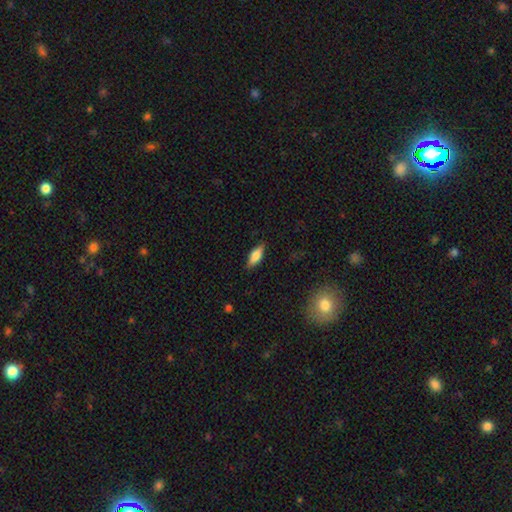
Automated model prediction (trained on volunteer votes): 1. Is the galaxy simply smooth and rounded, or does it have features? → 70% smooth, 23% featured or disk, 7% star or artifact.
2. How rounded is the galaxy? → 69% in between, 28% cigar-shaped, 3% round.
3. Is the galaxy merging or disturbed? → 85% none, 11% minor disturbance, 2% major disturbance, 1% merger.